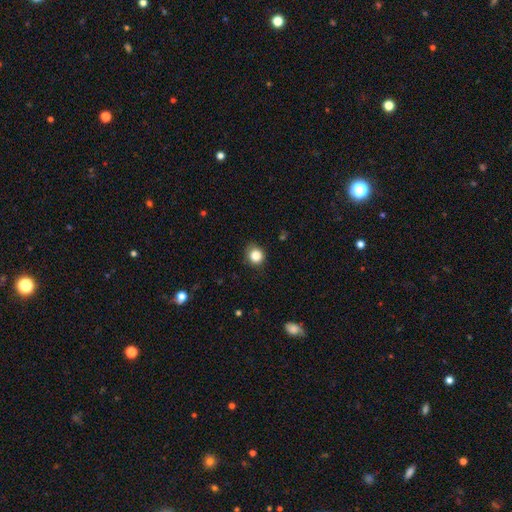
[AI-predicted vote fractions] Smooth or featured: smooth — 85% (star or artifact — 10%)
How rounded: round — 82% (in between — 17%)
Merging: none — 80% (minor disturbance — 16%)